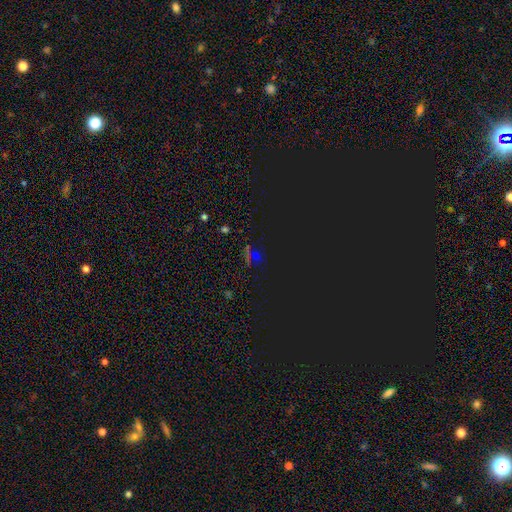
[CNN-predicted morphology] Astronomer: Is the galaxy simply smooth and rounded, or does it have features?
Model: star or artifact — 71%.